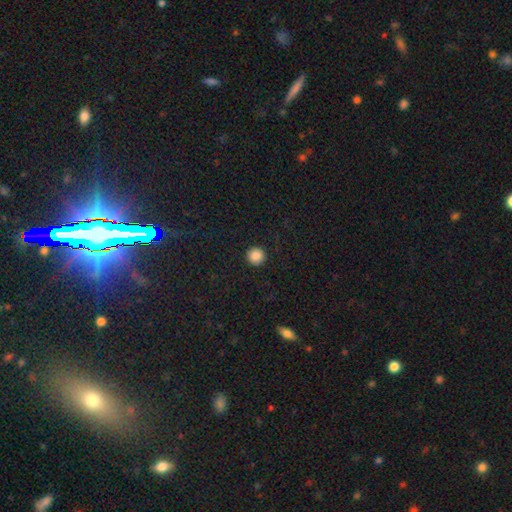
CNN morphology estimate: Smooth or featured? Predicted: smooth (p=0.87). How rounded? Predicted: round (p=0.96). Merging? Predicted: none (p=0.93).